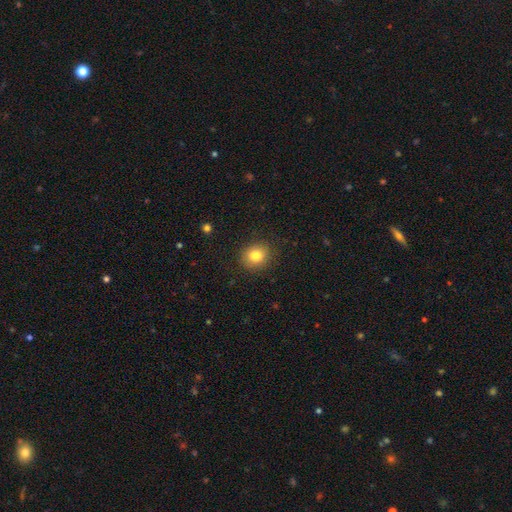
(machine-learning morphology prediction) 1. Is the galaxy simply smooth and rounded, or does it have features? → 82% smooth, 10% star or artifact, 7% featured or disk.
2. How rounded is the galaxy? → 78% round, 21% in between, 1% cigar-shaped.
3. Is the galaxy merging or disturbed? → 89% none, 8% minor disturbance, 3% major disturbance, 1% merger.